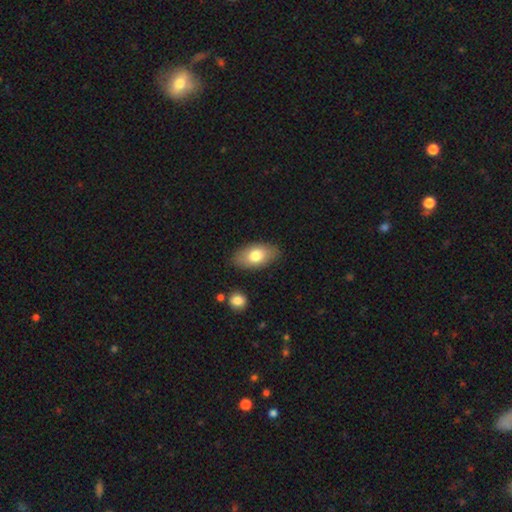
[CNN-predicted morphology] This appears to be a smooth galaxy with no disk features (75%) that is in between round and cigar-shaped (93%). Merging: none (84%).